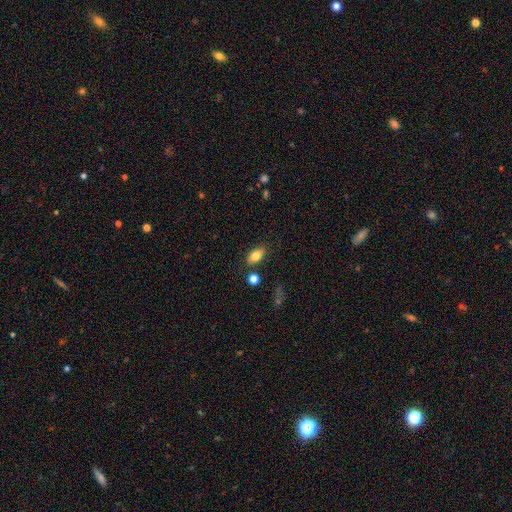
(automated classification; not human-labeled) Smooth or featured? smooth (81%)
How rounded? in between (89%)
Merging? none (82%)